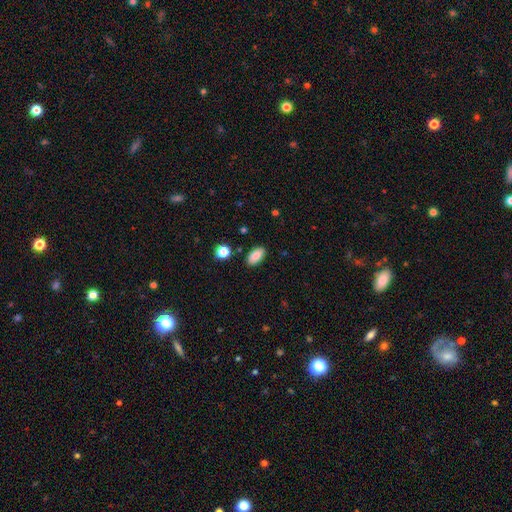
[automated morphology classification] Smooth or featured: smooth — 87% (star or artifact — 8%)
How rounded: in between — 92% (round — 4%)
Merging: none — 87% (minor disturbance — 9%)